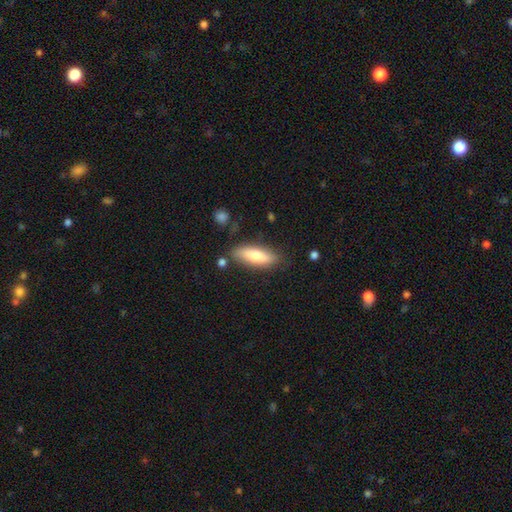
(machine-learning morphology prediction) smooth_or_featured: smooth (p=0.73) [alt: featured or disk p=0.21]
how_rounded: in between (p=0.58) [alt: cigar-shaped p=0.40]
merging: none (p=0.80) [alt: minor disturbance p=0.14]